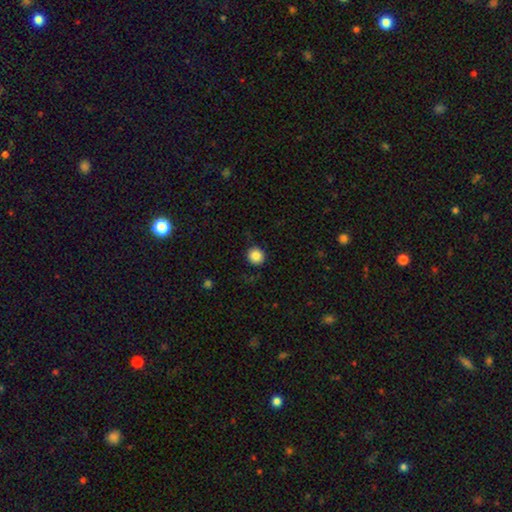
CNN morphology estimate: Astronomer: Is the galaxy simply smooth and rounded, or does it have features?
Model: smooth — 87%.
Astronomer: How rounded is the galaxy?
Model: round — 91%.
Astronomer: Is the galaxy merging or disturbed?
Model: none — 89%.